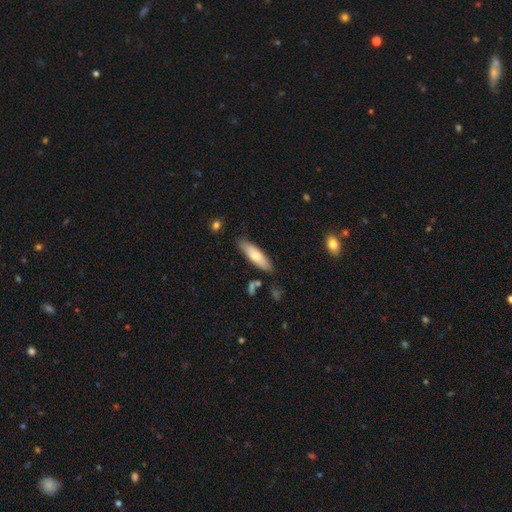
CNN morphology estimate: This appears to be a smooth galaxy with no disk features (73%) that is cigar-shaped (57%). Merging: none (83%).